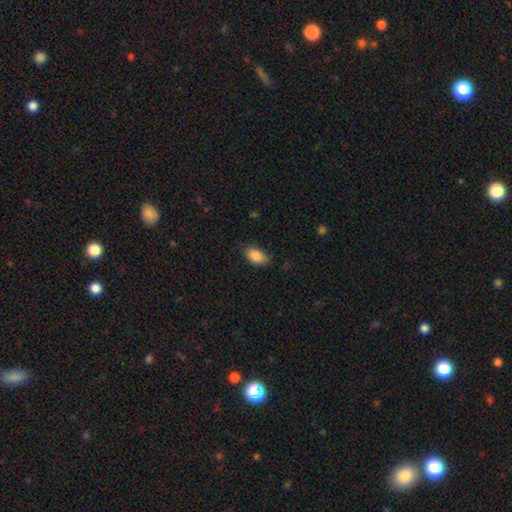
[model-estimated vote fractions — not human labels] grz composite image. It shows a smooth galaxy with no disk features (87%) that is in between round and cigar-shaped (90%). Merging: none (74%).